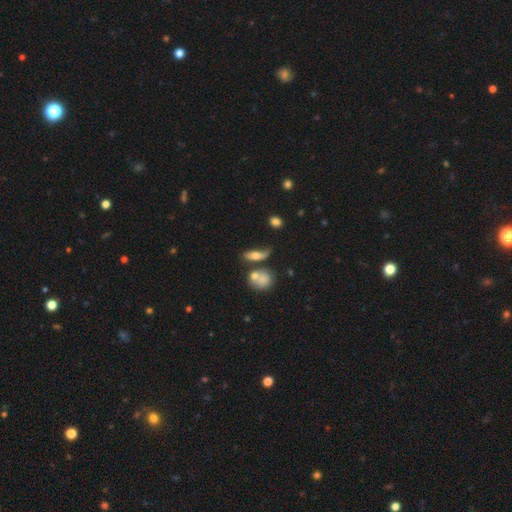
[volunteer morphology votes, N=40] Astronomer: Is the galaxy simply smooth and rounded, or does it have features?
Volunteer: smooth — 68%.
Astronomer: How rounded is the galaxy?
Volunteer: in between — 59% (runner-up: cigar-shaped, 41%).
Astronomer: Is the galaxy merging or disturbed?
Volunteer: minor disturbance — 43% (runner-up: major disturbance, 29%).